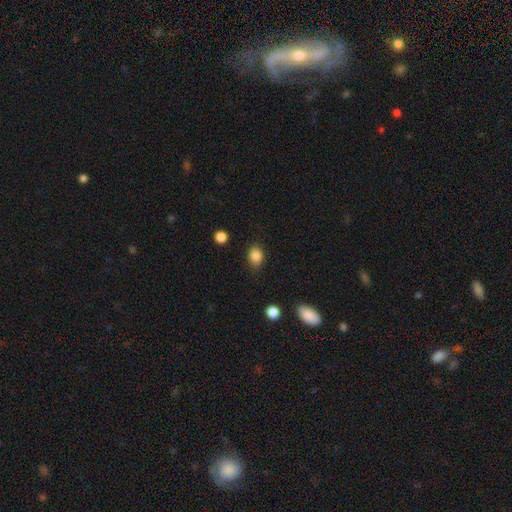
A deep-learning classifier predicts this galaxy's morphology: Smooth or featured: smooth — 86% (star or artifact — 10%)
How rounded: in between — 50% (round — 49%)
Merging: none — 81% (minor disturbance — 14%)